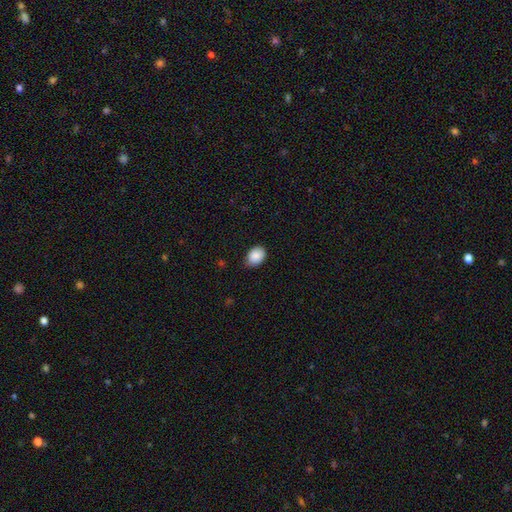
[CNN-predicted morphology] smooth_or_featured: smooth (p=0.88) [alt: star or artifact p=0.08]
how_rounded: in between (p=0.67) [alt: round p=0.33]
merging: none (p=0.74) [alt: minor disturbance p=0.22]